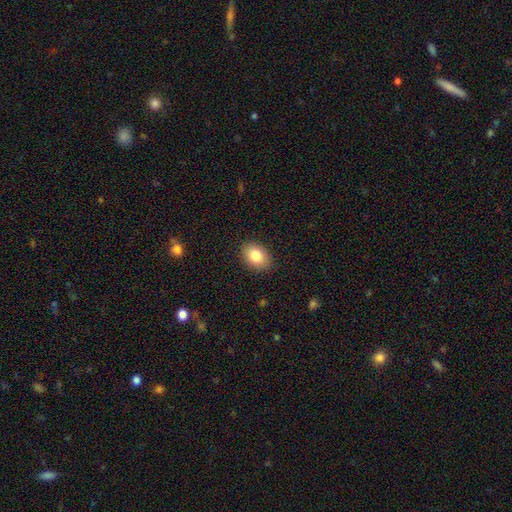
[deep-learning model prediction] Smooth or featured? smooth (84%)
How rounded? in between (77%)
Merging? none (88%)